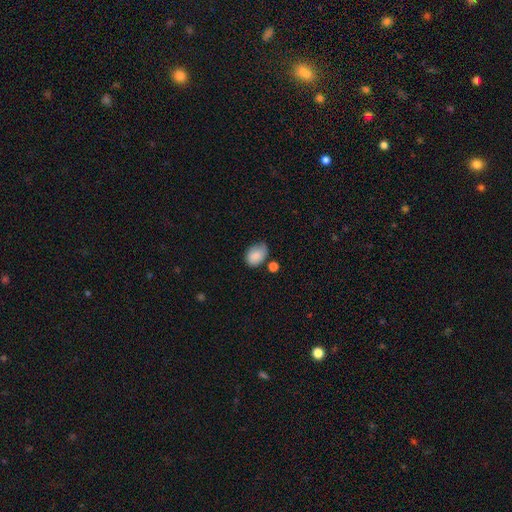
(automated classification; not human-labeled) This is clearly a smooth galaxy (84%). How rounded: likely in between (74%). Merging: possibly none (50%).